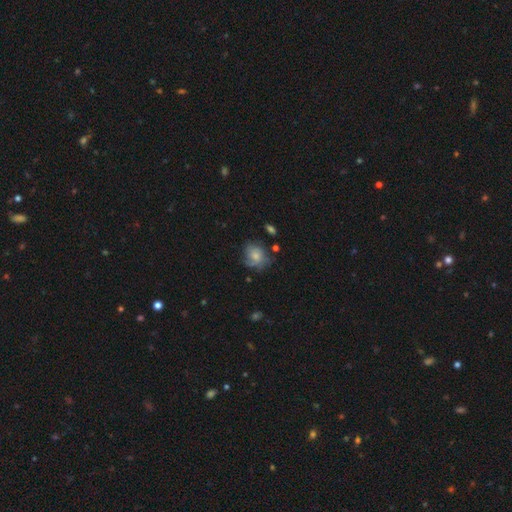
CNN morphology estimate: Q: Smooth or featured?
A: smooth (64%); runner-up: featured or disk (27%)
Q: How rounded?
A: round (64%); runner-up: in between (35%)
Q: Merging?
A: none (55%); runner-up: minor disturbance (29%)